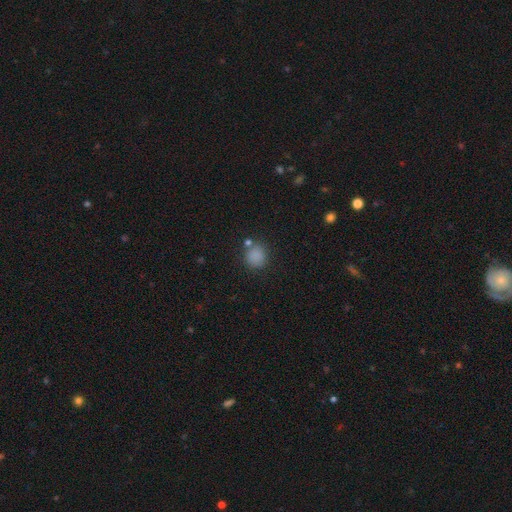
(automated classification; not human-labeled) Morphology: type=smooth (83%); roundness=round (84%); merging=none (75%).